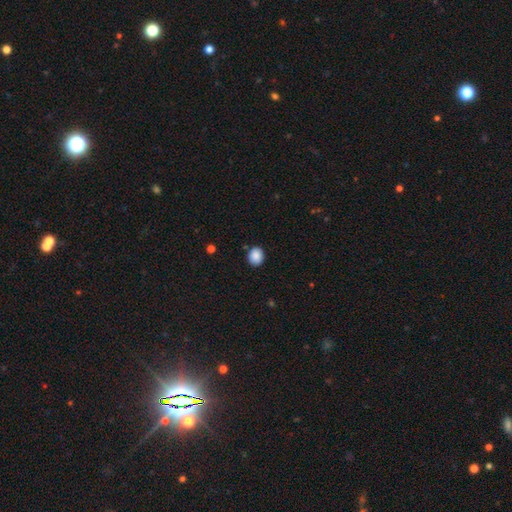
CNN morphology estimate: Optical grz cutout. It shows a smooth galaxy with no disk features (88%) that is round (60%). Merging: none (86%).